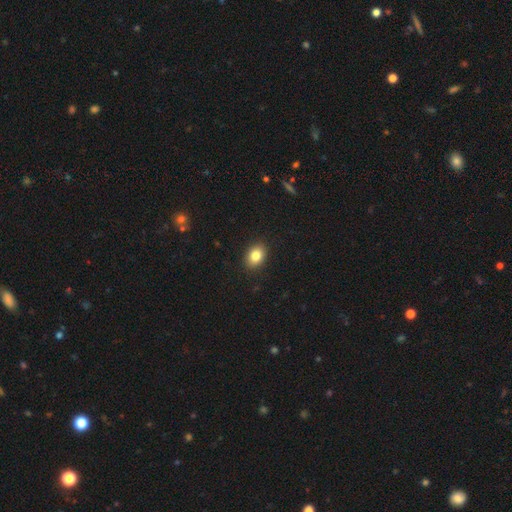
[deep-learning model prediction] Q: Smooth or featured?
A: smooth (83%); runner-up: star or artifact (9%)
Q: How rounded?
A: in between (71%); runner-up: round (28%)
Q: Merging?
A: none (90%); runner-up: minor disturbance (7%)